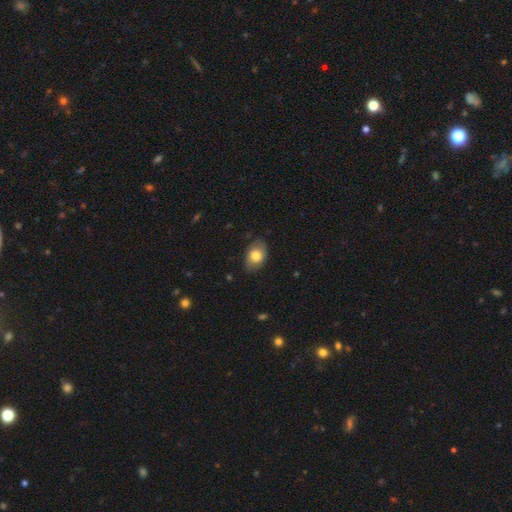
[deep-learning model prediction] This appears to be a smooth galaxy with no disk features (77%) that is in between round and cigar-shaped (77%). Merging: none (75%).